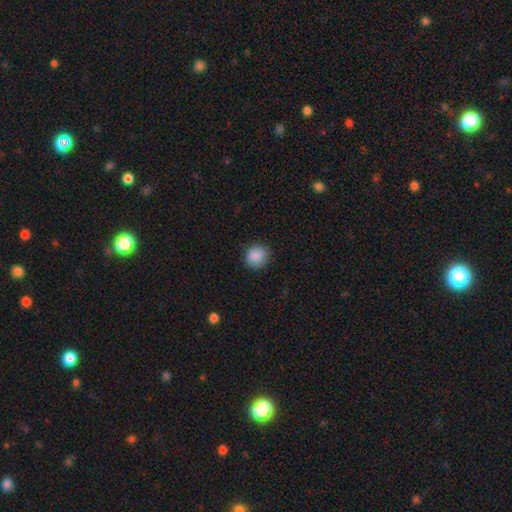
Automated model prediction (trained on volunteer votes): smooth_or_featured: smooth (p=0.89) [alt: star or artifact p=0.08]
how_rounded: round (p=0.81) [alt: in between p=0.18]
merging: none (p=0.86) [alt: minor disturbance p=0.11]